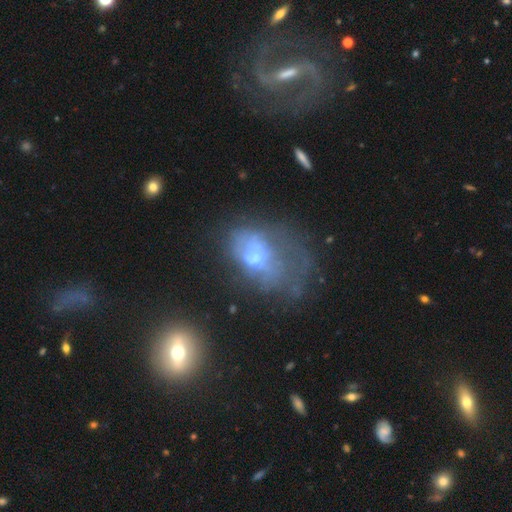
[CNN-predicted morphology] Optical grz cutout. It shows a featured or disk galaxy (48%). Merging: major disturbance (45%).